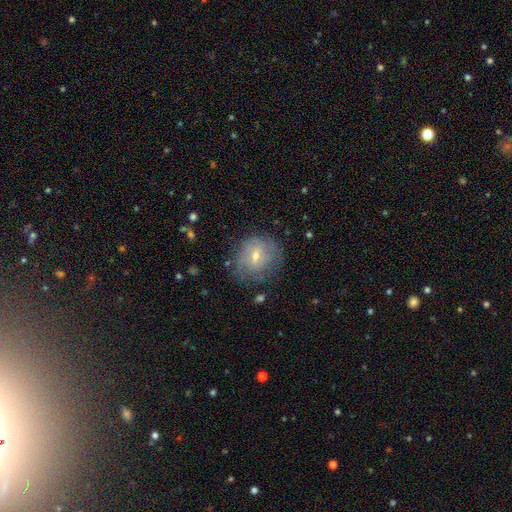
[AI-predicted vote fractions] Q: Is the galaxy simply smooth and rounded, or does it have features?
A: smooth — 50%.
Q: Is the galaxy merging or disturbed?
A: none — 69%.